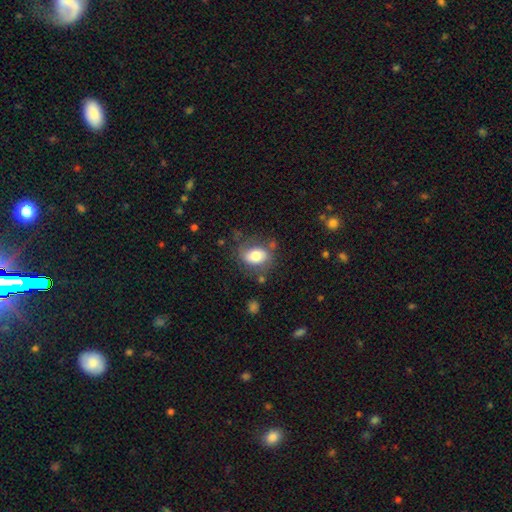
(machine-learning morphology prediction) Smooth or featured?
  - smooth: 74% *
  - featured or disk: 18%
  - star or artifact: 8%
How rounded?
  - in between: 73% *
  - round: 26%
  - cigar-shaped: 2%
Merging?
  - none: 65% *
  - minor disturbance: 21%
  - major disturbance: 9%
  - merger: 5%